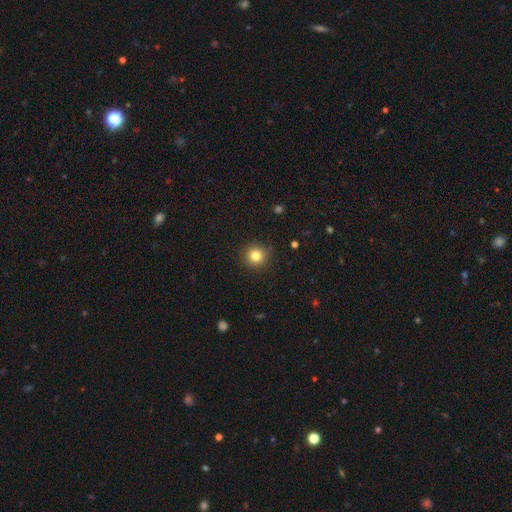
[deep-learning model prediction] A smooth galaxy with no disk features (82%) that is round (94%). Merging: none (90%).